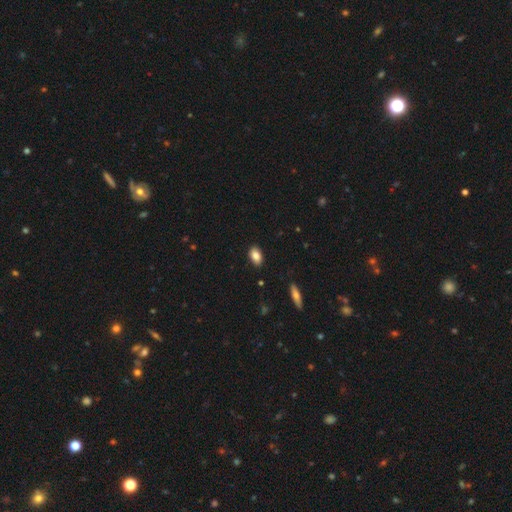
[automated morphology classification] A smooth galaxy with no disk features (85%) that is in between round and cigar-shaped (90%).

Vote fractions:
- Smooth or featured? smooth: 85% / featured or disk: 8% / star or artifact: 7%
- How rounded? in between: 90% / round: 7% / cigar-shaped: 2%
- Merging? none: 87% / minor disturbance: 10% / major disturbance: 2% / merger: 1%